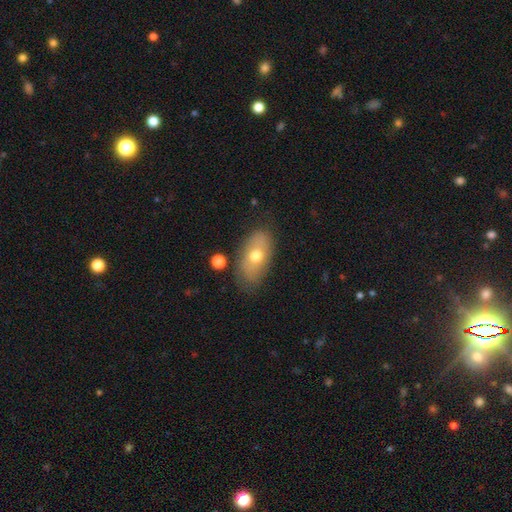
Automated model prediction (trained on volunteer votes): Q: Smooth or featured?
A: smooth (62%); runner-up: featured or disk (30%)
Q: How rounded?
A: in between (89%); runner-up: round (7%)
Q: Merging?
A: none (78%); runner-up: minor disturbance (16%)